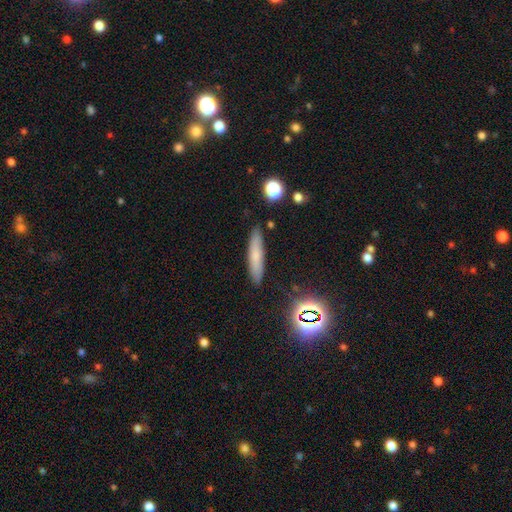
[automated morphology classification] This appears to be a smooth galaxy with no disk features (68%) that is cigar-shaped (85%). Merging: none (87%).